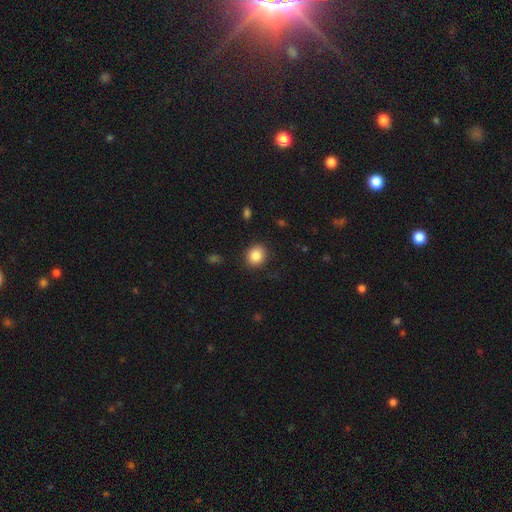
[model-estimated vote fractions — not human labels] This appears to be a smooth galaxy with no disk features (86%) that is round (74%). Merging: none (88%).